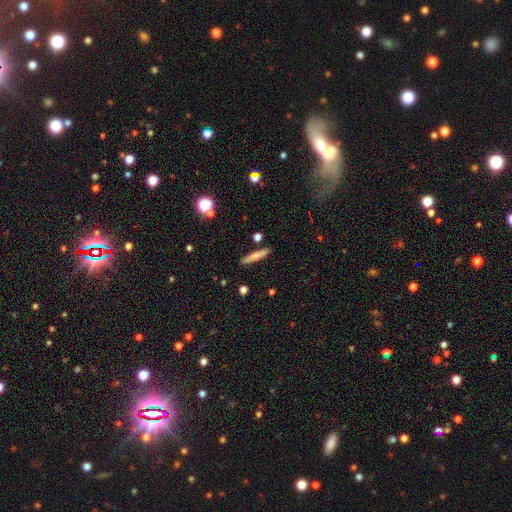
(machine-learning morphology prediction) type=smooth (61%); roundness=cigar-shaped (91%); merging=none (88%).